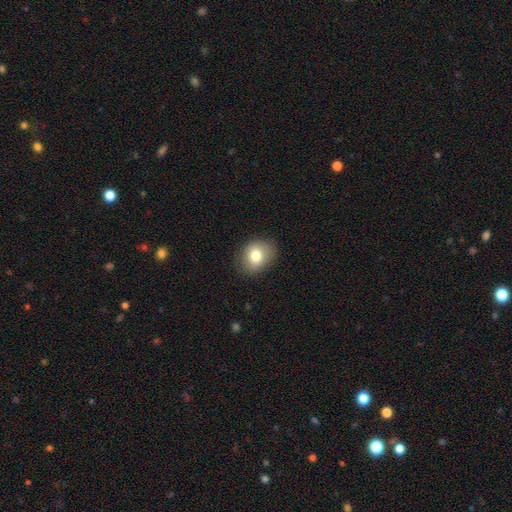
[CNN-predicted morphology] The model was most divided on "how rounded": in between: 52%, round: 47%, cigar-shaped: 1%. More confident: merging — none (83%); smooth or featured — smooth (78%).